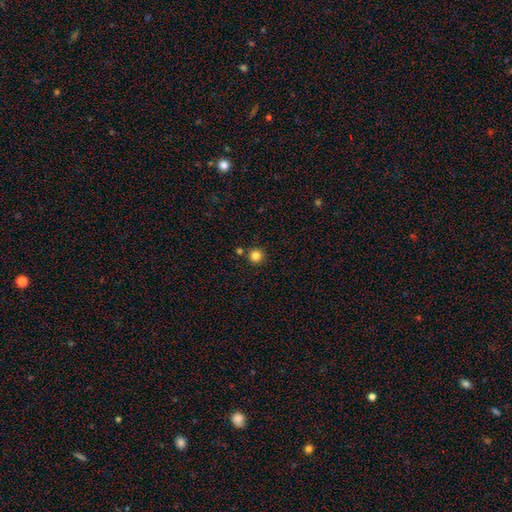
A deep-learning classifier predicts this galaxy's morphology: Q: Smooth or featured?
A: smooth (83%); runner-up: star or artifact (13%)
Q: How rounded?
A: round (96%); runner-up: in between (3%)
Q: Merging?
A: none (88%); runner-up: minor disturbance (6%)